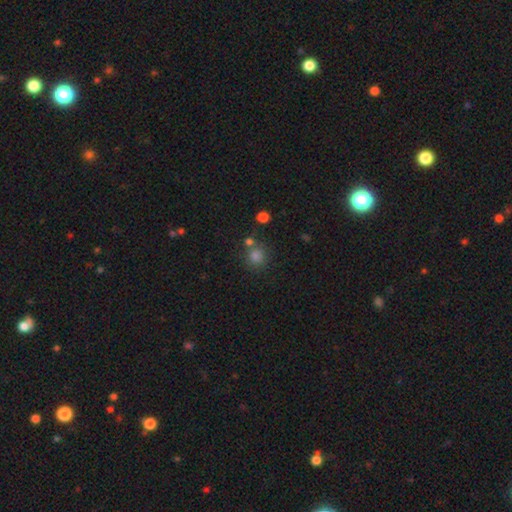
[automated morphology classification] Smooth or featured? smooth (77%)
How rounded? round (89%)
Merging? none (73%)